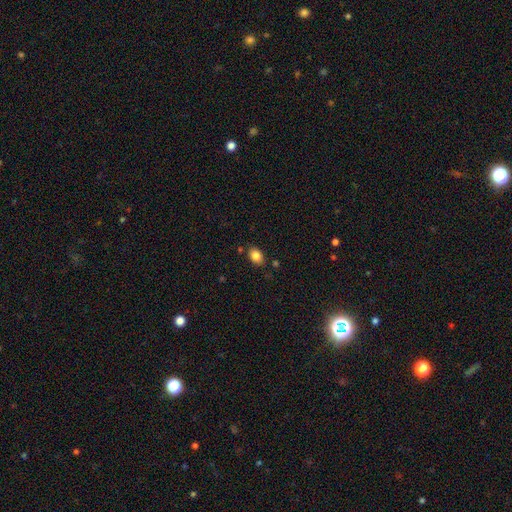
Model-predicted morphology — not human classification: type=smooth (84%); roundness=in between (78%); merging=none (82%).